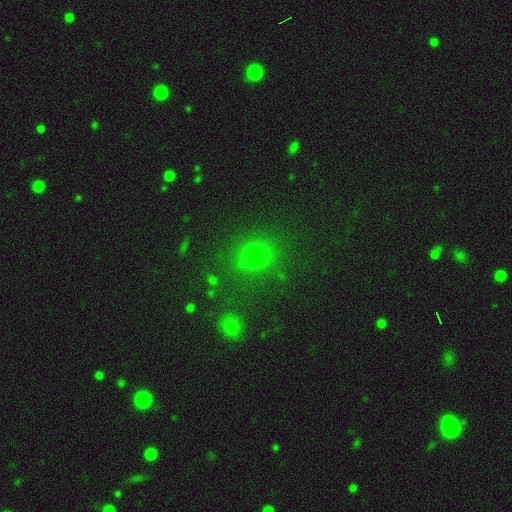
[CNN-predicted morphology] A smooth galaxy with no disk features (70%) that is round (84%). Merging: none (81%).